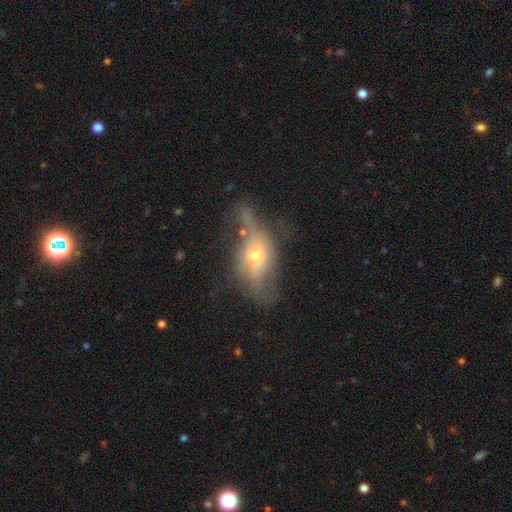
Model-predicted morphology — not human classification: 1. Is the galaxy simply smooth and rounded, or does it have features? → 60% featured or disk, 29% smooth, 11% star or artifact.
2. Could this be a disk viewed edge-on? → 66% no, 34% yes.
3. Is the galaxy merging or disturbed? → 36% none, 30% major disturbance, 28% minor disturbance, 6% merger.